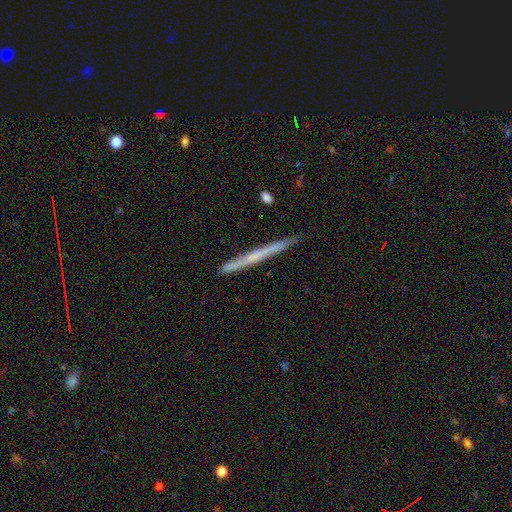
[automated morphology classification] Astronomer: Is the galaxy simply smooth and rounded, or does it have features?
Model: featured or disk — 51% (runner-up: smooth, 42%).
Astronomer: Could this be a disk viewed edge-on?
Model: yes — 98%.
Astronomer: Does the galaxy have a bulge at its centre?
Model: none — 85%.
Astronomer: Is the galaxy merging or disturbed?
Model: none — 90%.